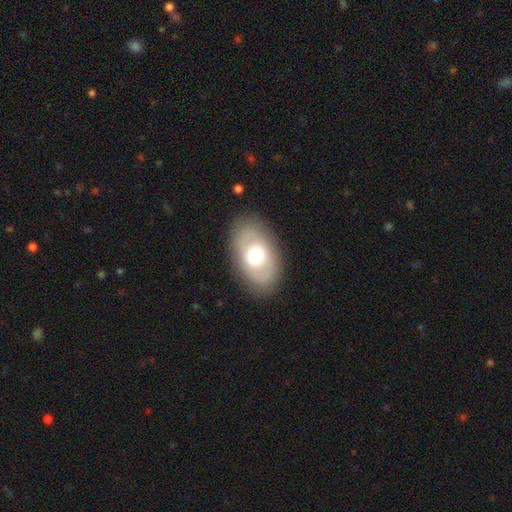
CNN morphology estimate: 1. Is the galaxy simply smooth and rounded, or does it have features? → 58% smooth, 34% featured or disk, 8% star or artifact.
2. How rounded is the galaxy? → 86% in between, 13% round, 1% cigar-shaped.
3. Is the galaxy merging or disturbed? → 85% none, 10% minor disturbance, 4% major disturbance, 1% merger.